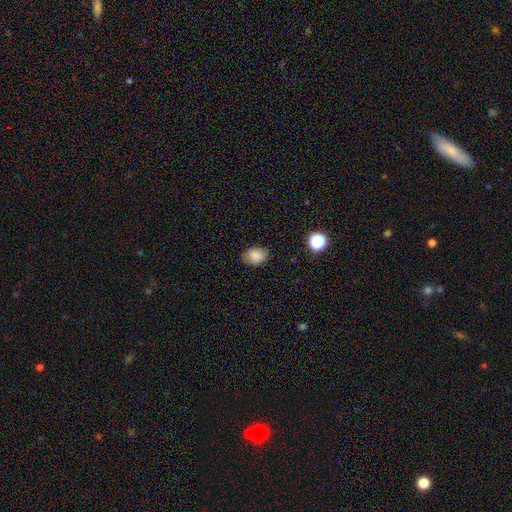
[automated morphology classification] Smooth or featured? Predicted: smooth (p=0.85). How rounded? Predicted: in between (p=0.72). Merging? Predicted: none (p=0.82).